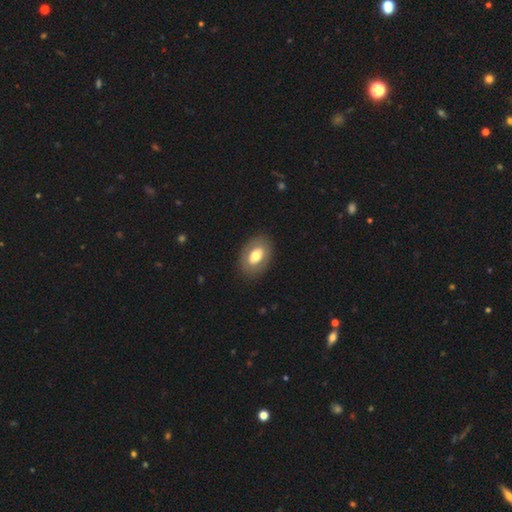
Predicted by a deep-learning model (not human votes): Q: Smooth or featured?
A: smooth (62%); runner-up: featured or disk (32%)
Q: How rounded?
A: in between (83%); runner-up: round (16%)
Q: Merging?
A: none (86%); runner-up: minor disturbance (10%)